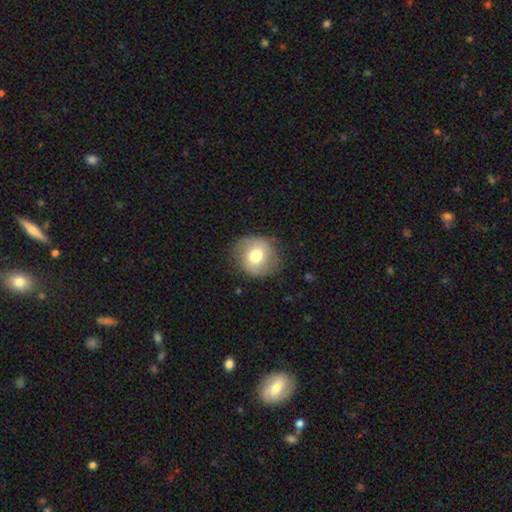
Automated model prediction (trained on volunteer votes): Q: Smooth or featured?
A: smooth (69%); runner-up: featured or disk (23%)
Q: How rounded?
A: round (84%); runner-up: in between (15%)
Q: Merging?
A: none (80%); runner-up: minor disturbance (14%)